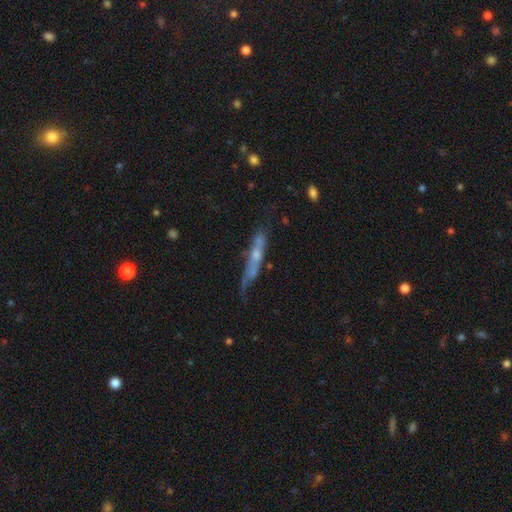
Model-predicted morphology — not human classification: A featured or disk galaxy (60%) viewed edge-on (72%). Merging: none (51%).